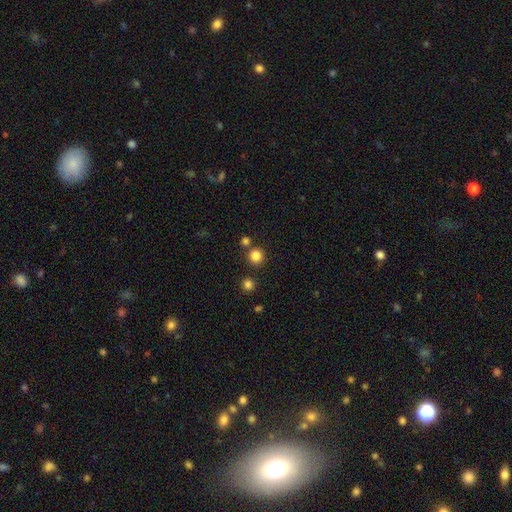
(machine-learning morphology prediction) smooth 83%, star or artifact 13%, featured or disk 4%. Down the decision tree: how rounded — round (93%); merging — none (82%).